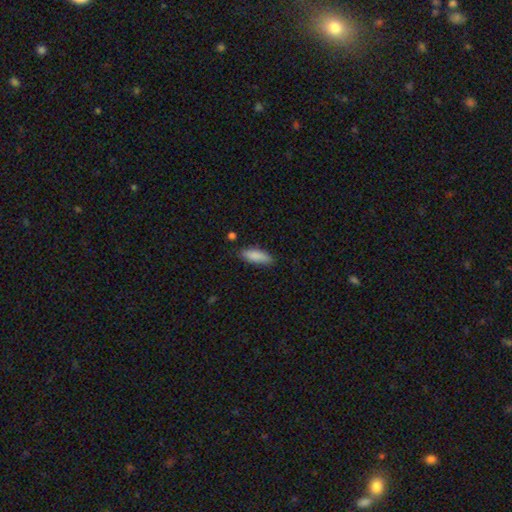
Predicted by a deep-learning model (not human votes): Smooth or featured: smooth — 87% (featured or disk — 7%)
How rounded: in between — 59% (cigar-shaped — 39%)
Merging: none — 80% (minor disturbance — 15%)